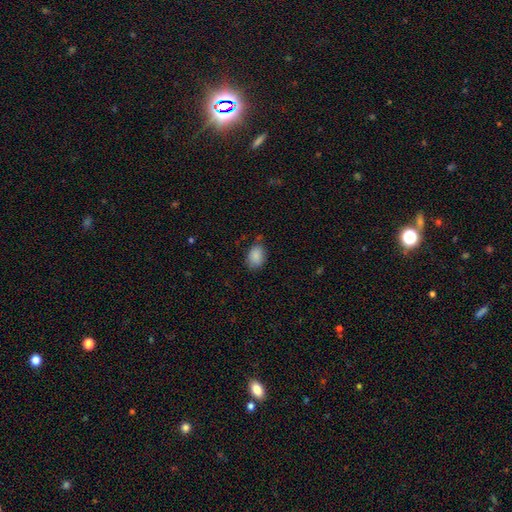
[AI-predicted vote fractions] This appears to be a smooth galaxy with no disk features (88%) that is in between round and cigar-shaped (81%). Merging: none (72%).